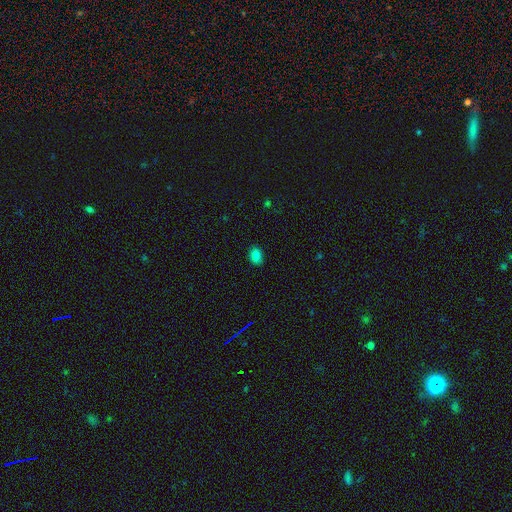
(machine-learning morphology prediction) type=smooth (84%); roundness=in between (73%); merging=none (88%).